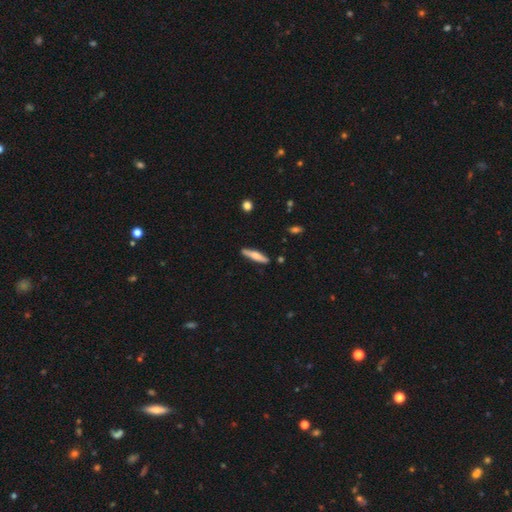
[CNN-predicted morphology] type=smooth (61%); roundness=cigar-shaped (86%); merging=none (88%).